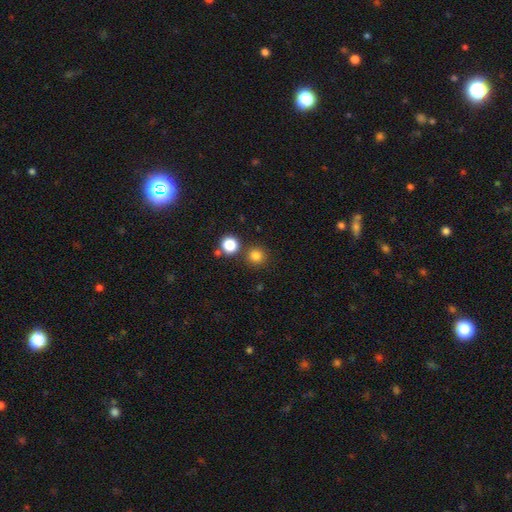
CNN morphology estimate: A smooth galaxy with no disk features (80%) that is round (93%). Merging: none (81%).